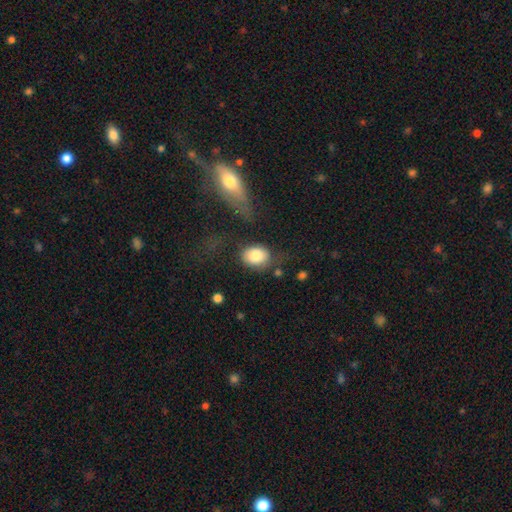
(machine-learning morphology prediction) smooth-or-featured: smooth: 81% | featured or disk: 12% | star or artifact: 7%
  how-rounded: in between: 61% | round: 38% | cigar-shaped: 1%
  merging: none: 63% | minor disturbance: 19% | major disturbance: 11% | merger: 7%